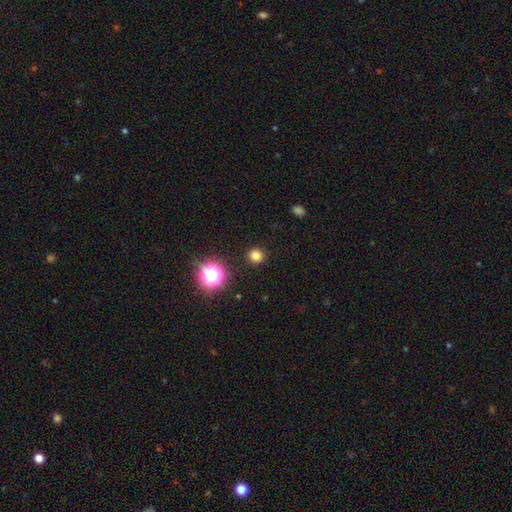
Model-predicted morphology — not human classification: A smooth galaxy with no disk features (78%) that is round (90%). Merging: none (91%).